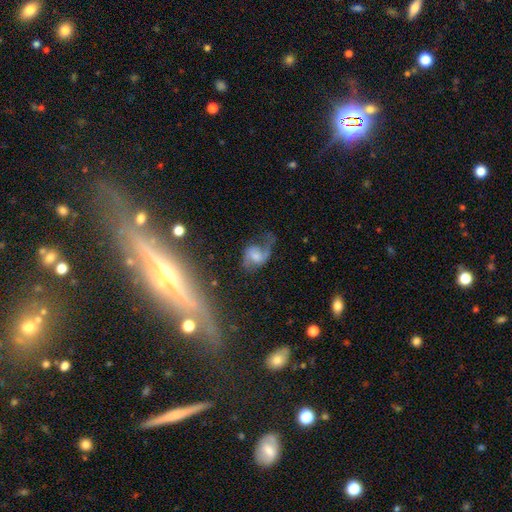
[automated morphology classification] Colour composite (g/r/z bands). It shows a featured or disk galaxy (71%) with no bar (52%), 2 (73%) loose (62%) spiral arms (91%) and a moderate central bulge (43%). Merging: none (45%).